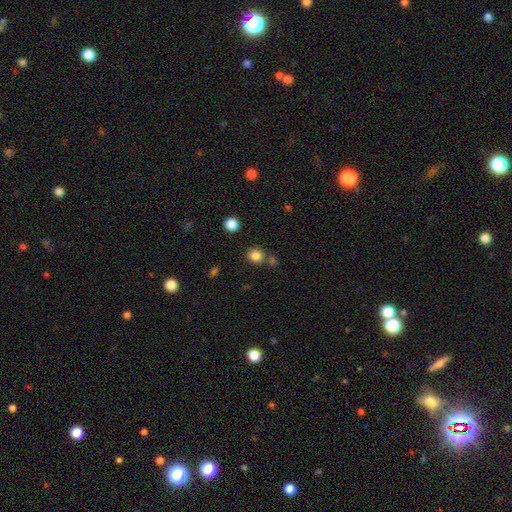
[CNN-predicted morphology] Overall: smooth (83%). How rounded: round (77%). Merging: none (70%).